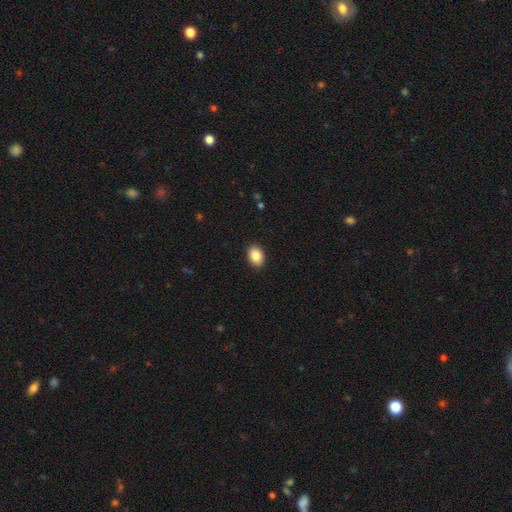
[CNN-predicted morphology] type=smooth (87%); roundness=in between (81%); merging=none (90%).